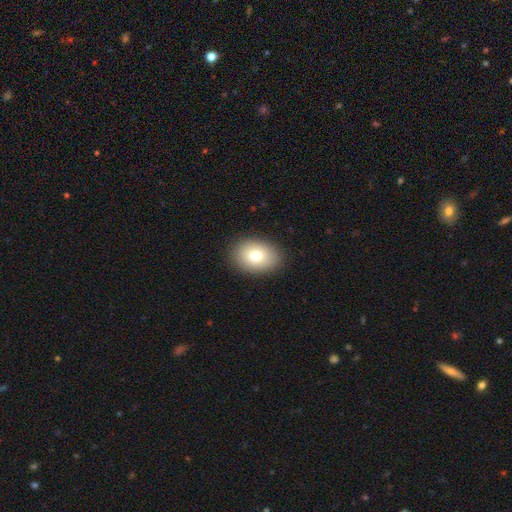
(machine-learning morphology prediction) Smooth or featured?
  - smooth: 78% *
  - featured or disk: 13%
  - star or artifact: 9%
How rounded?
  - in between: 73% *
  - round: 26%
  - cigar-shaped: 1%
Merging?
  - none: 89% *
  - minor disturbance: 8%
  - major disturbance: 2%
  - merger: 1%